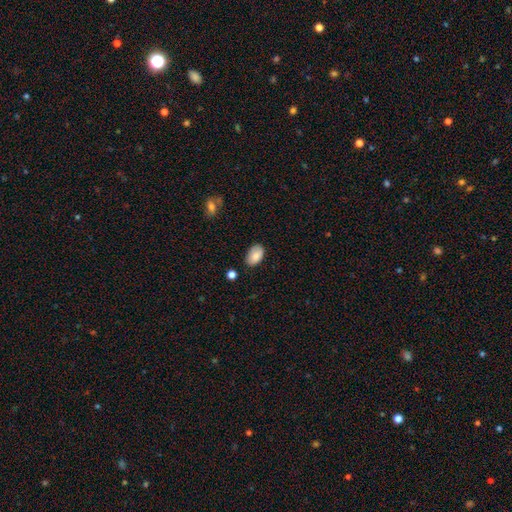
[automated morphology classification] A smooth galaxy with no disk features (84%) that is in between round and cigar-shaped (93%).

Vote fractions:
- Smooth or featured? smooth: 84% / featured or disk: 9% / star or artifact: 7%
- How rounded? in between: 93% / round: 6% / cigar-shaped: 1%
- Merging? none: 76% / minor disturbance: 18% / major disturbance: 3% / merger: 2%